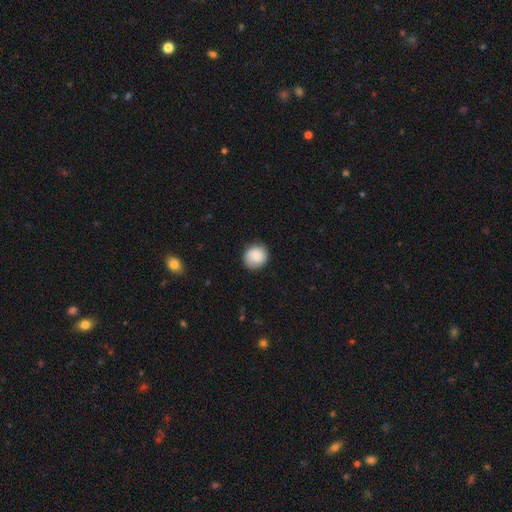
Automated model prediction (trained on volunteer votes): smooth-or-featured: smooth: 83% | featured or disk: 10% | star or artifact: 7%
  how-rounded: round: 89% | in between: 11% | cigar-shaped: 1%
  merging: none: 86% | minor disturbance: 11% | major disturbance: 2% | merger: 1%